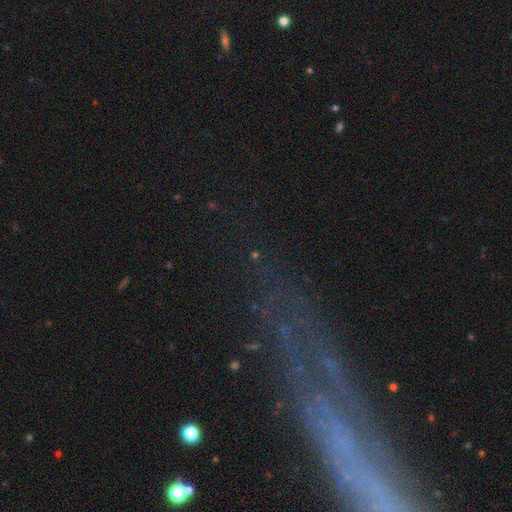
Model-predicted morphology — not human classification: This is likely a star or artifact rather than a galaxy (62%).